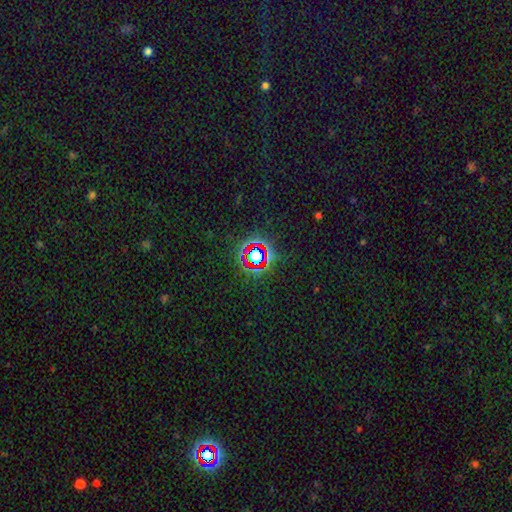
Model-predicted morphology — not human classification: Q: Smooth or featured?
A: star or artifact (72%); runner-up: smooth (18%)